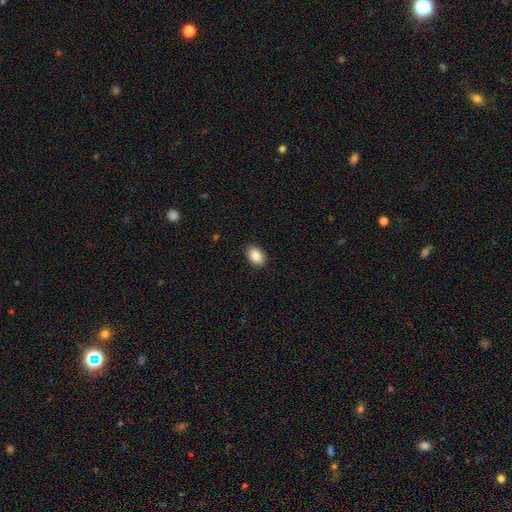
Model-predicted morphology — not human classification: Q: Smooth or featured?
A: smooth (88%); runner-up: star or artifact (7%)
Q: How rounded?
A: in between (87%); runner-up: round (12%)
Q: Merging?
A: none (89%); runner-up: minor disturbance (8%)